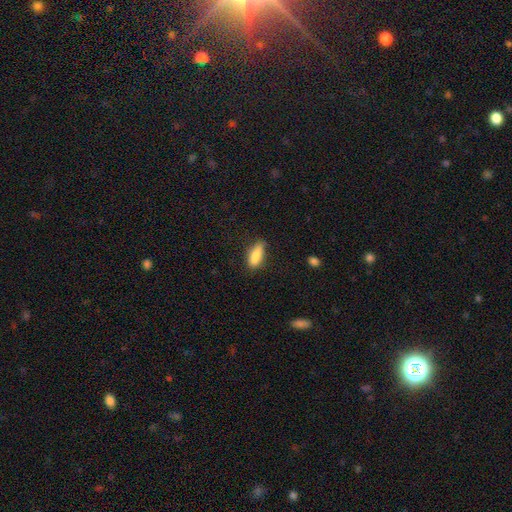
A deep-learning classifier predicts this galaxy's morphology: This is clearly a smooth galaxy (84%). How rounded: likely in between (69%). Merging: likely none (71%).